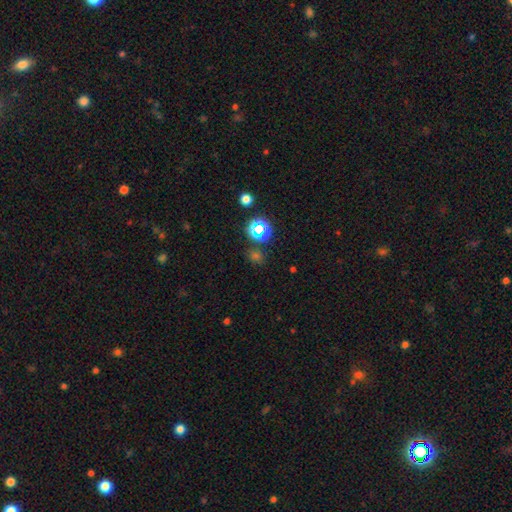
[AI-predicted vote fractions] Smooth or featured?
  - star or artifact: 48% *
  - smooth: 45%
  - featured or disk: 7%